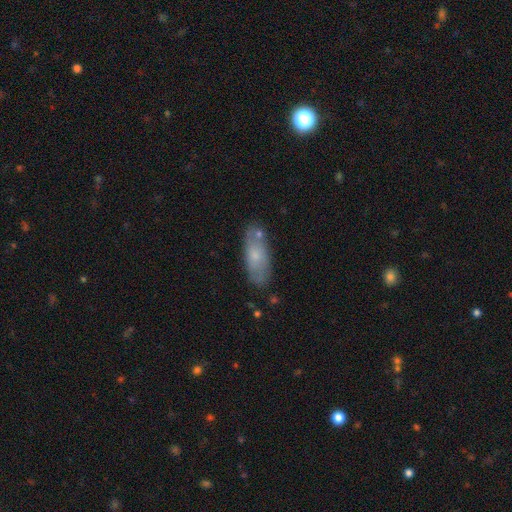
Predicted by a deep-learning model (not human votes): This is likely a smooth galaxy (63%). How rounded: likely in between (71%). Merging: likely none (70%).